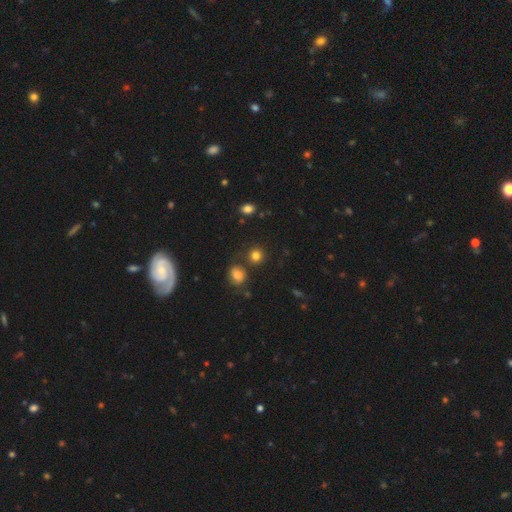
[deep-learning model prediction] Smooth or featured?
  - smooth: 81% *
  - star or artifact: 13%
  - featured or disk: 6%
How rounded?
  - round: 88% *
  - in between: 11%
  - cigar-shaped: 1%
Merging?
  - none: 77% *
  - merger: 10%
  - minor disturbance: 9%
  - major disturbance: 4%